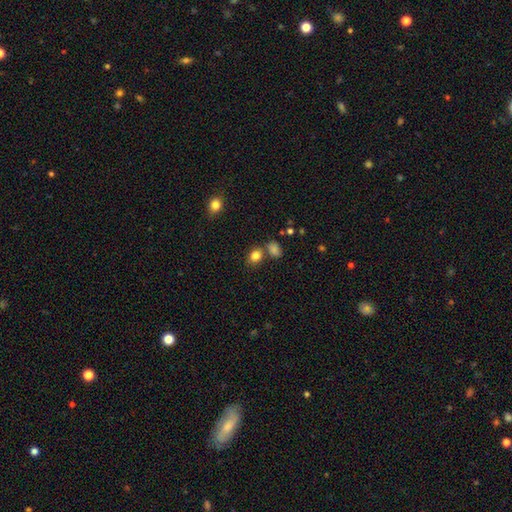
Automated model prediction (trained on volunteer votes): Morphology: type=smooth (82%); roundness=in between (54%); merging=none (62%).